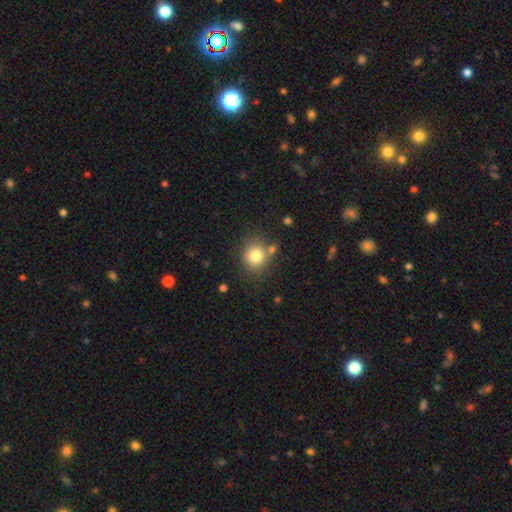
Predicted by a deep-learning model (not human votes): Q: Smooth or featured?
A: smooth (80%); runner-up: star or artifact (11%)
Q: How rounded?
A: round (81%); runner-up: in between (18%)
Q: Merging?
A: none (72%); runner-up: minor disturbance (13%)